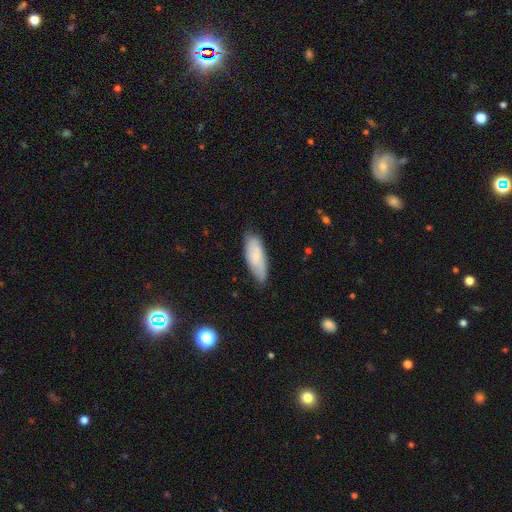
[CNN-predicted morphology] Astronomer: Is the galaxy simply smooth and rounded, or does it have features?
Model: smooth — 67%.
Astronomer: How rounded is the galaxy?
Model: in between — 68%.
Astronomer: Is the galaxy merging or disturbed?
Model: none — 76%.